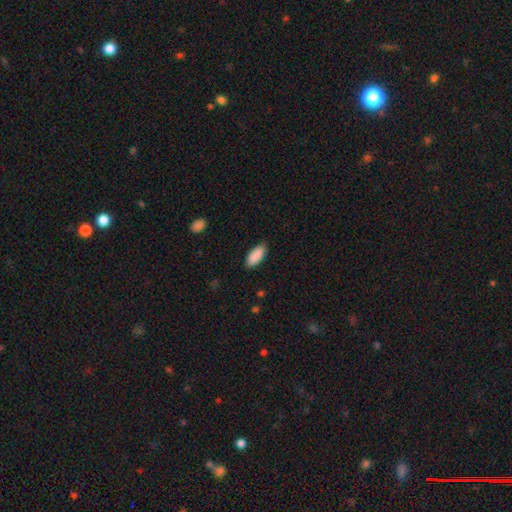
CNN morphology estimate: This appears to be a smooth galaxy with no disk features (90%) that is in between round and cigar-shaped (87%). Merging: none (85%).